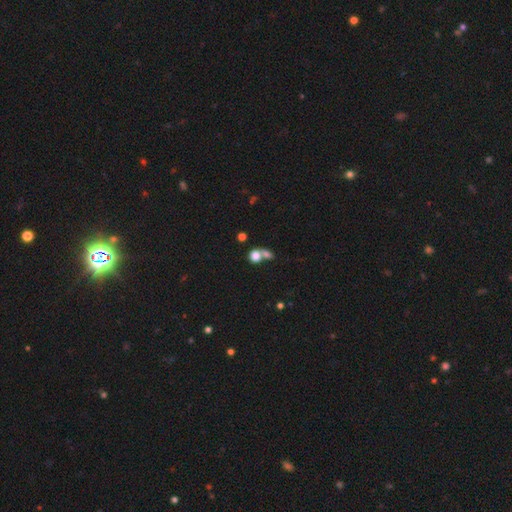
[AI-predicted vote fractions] Overall: smooth (79%). How rounded: round (72%). Merging: merger (54%; none 34%).